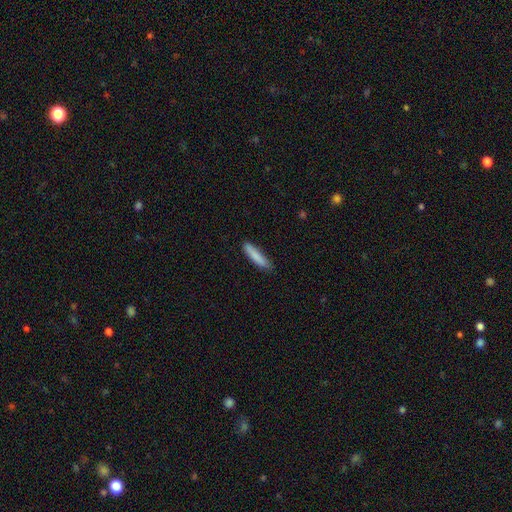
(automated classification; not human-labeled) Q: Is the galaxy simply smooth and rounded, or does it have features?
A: smooth — 85%.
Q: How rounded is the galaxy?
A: cigar-shaped — 86%.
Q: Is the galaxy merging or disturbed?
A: none — 82%.